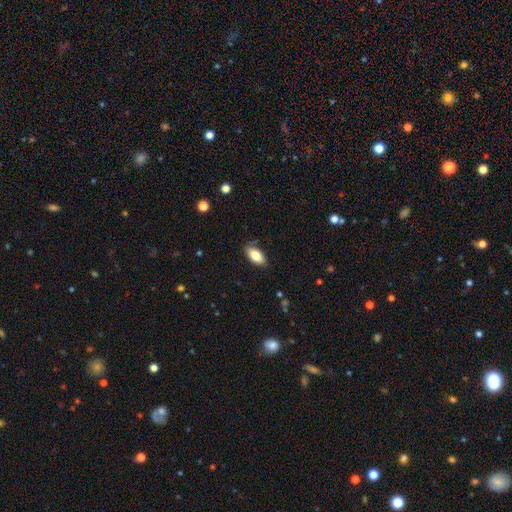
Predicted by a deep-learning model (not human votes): Morphology: type=smooth (81%); roundness=in between (92%); merging=none (83%).